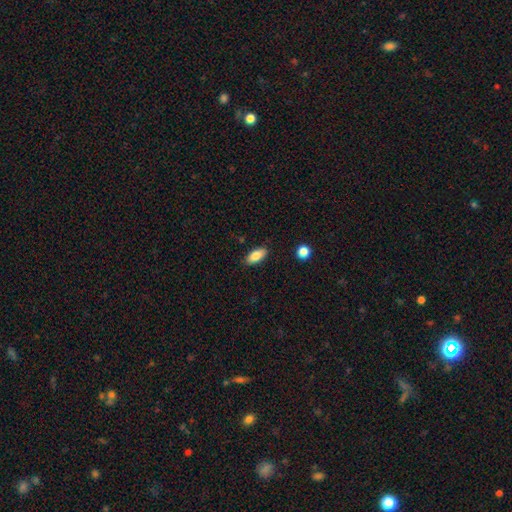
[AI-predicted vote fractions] Smooth or featured? Predicted: smooth (p=0.84). How rounded? Predicted: in between (p=0.89). Merging? Predicted: none (p=0.87).